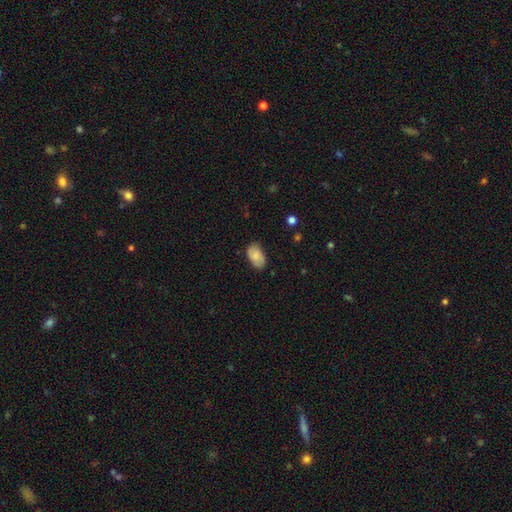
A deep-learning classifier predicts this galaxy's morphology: Smooth or featured?
  - smooth: 73% *
  - featured or disk: 20%
  - star or artifact: 7%
How rounded?
  - in between: 93% *
  - round: 6%
  - cigar-shaped: 2%
Merging?
  - none: 77% *
  - minor disturbance: 18%
  - major disturbance: 4%
  - merger: 1%